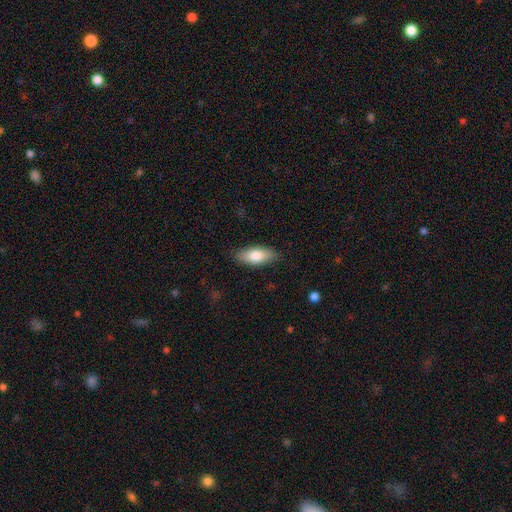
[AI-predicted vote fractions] Morphology: type=smooth (79%); roundness=in between (82%); merging=none (86%).